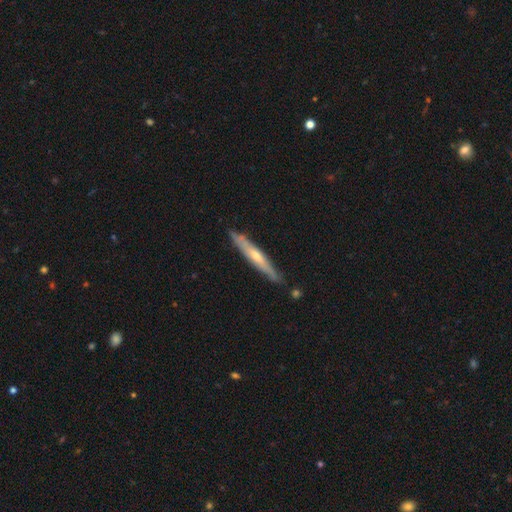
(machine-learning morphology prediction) Smooth or featured?
  - featured or disk: 61% *
  - smooth: 33%
  - star or artifact: 6%
Edge-on disk?
  - yes: 87% *
  - no: 13%
Edge-on bulge?
  - rounded: 67% *
  - none: 28%
  - boxy: 4%
Merging?
  - none: 82% *
  - minor disturbance: 14%
  - merger: 2%
  - major disturbance: 2%